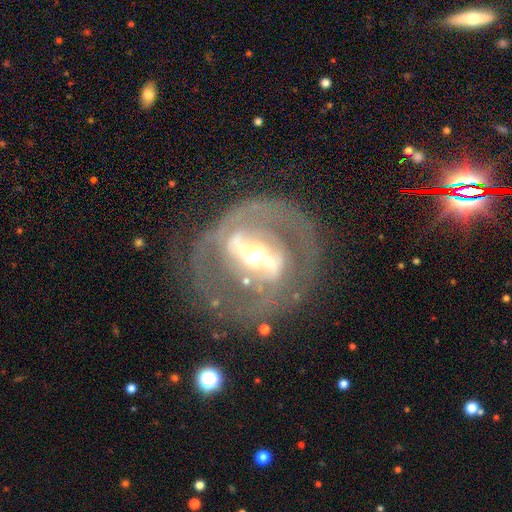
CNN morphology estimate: type=featured or disk (84%); edge-on=no (93%); bar=strong (65%); spiral arms=yes (75%); winding=tight (42%); arm count=2 (71%); bulge=moderate (54%); merging=none (69%).